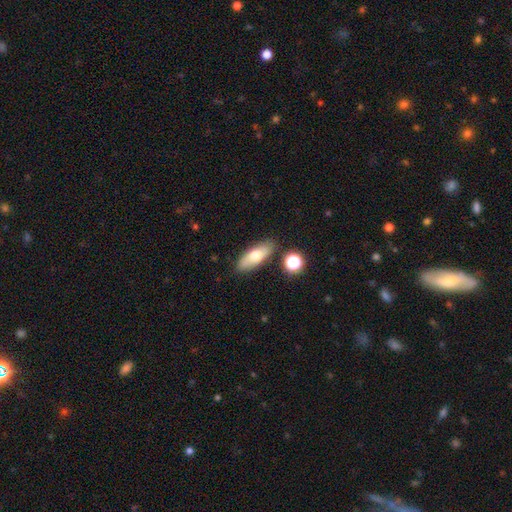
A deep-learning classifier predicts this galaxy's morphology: A smooth galaxy with no disk features (67%) that is in between round and cigar-shaped (69%).

Vote fractions:
- Smooth or featured? smooth: 67% / featured or disk: 25% / star or artifact: 8%
- How rounded? in between: 69% / cigar-shaped: 27% / round: 4%
- Merging? none: 84% / minor disturbance: 10% / merger: 4% / major disturbance: 2%